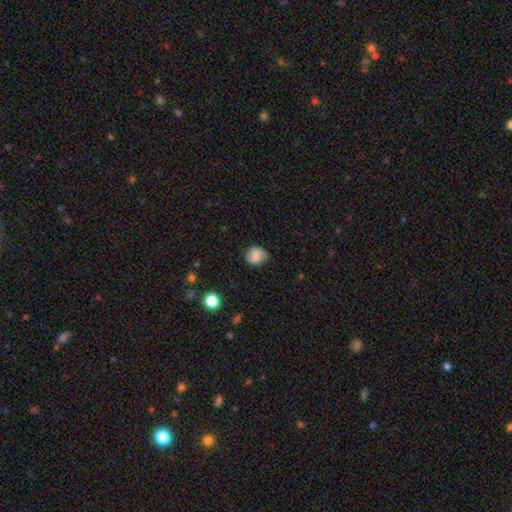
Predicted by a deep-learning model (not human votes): The model was most divided on "merging": none: 70%, minor disturbance: 24%, major disturbance: 5%, merger: 1%. More confident: how rounded — round (79%); smooth or featured — smooth (75%).